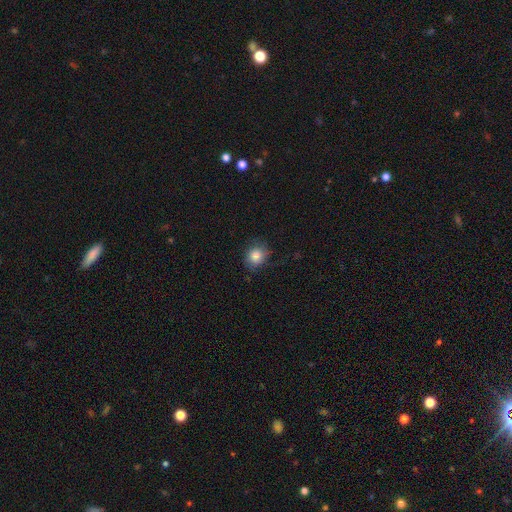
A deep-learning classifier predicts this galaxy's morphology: smooth_or_featured: smooth (p=0.84) [alt: star or artifact p=0.10]
how_rounded: round (p=0.75) [alt: in between p=0.24]
merging: none (p=0.78) [alt: minor disturbance p=0.17]